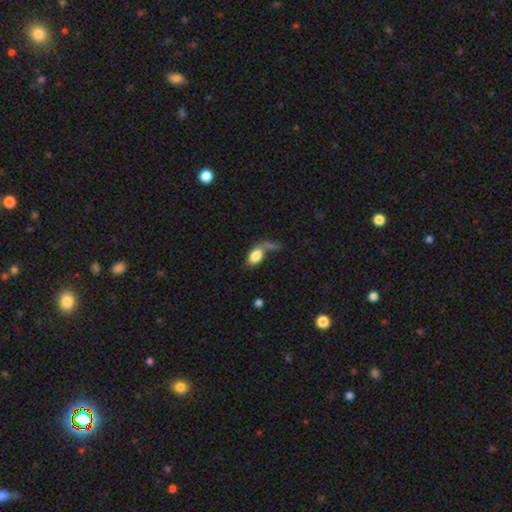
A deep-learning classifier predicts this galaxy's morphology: Smooth or featured: smooth — 78% (featured or disk — 14%)
How rounded: in between — 86% (round — 10%)
Merging: major disturbance — 33% (none — 26%)